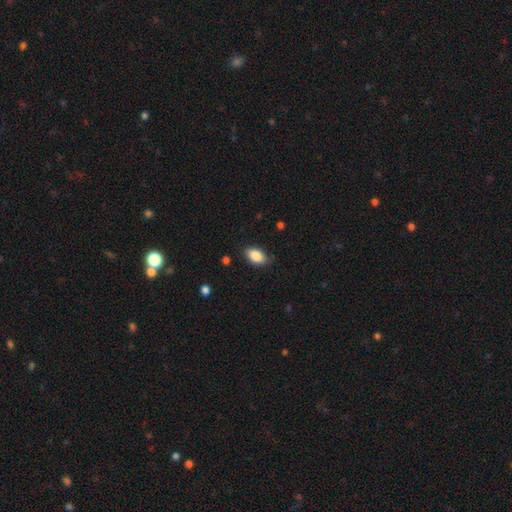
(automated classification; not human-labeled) smooth_or_featured: smooth (p=0.87) [alt: star or artifact p=0.07]
how_rounded: in between (p=0.91) [alt: round p=0.06]
merging: none (p=0.82) [alt: minor disturbance p=0.14]